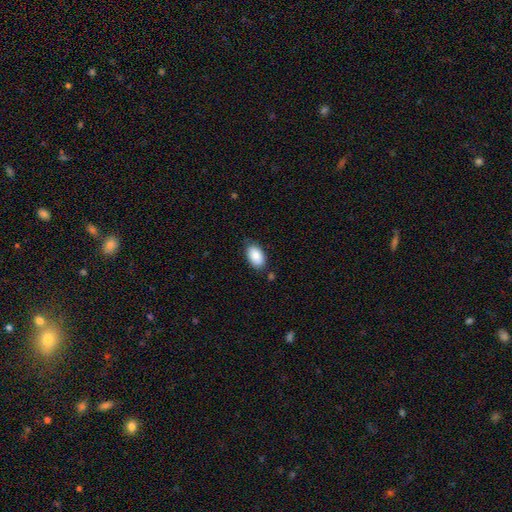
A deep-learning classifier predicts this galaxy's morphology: Smooth or featured? Predicted: smooth (p=0.87). How rounded? Predicted: in between (p=0.94). Merging? Predicted: none (p=0.76).